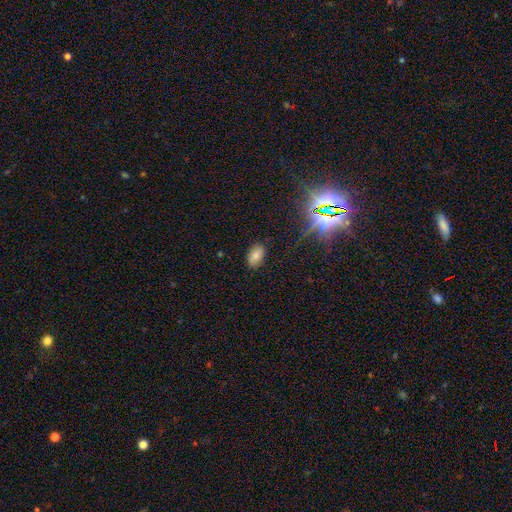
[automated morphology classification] This is likely a smooth galaxy (77%). How rounded: clearly in between (92%). Merging: clearly none (86%).